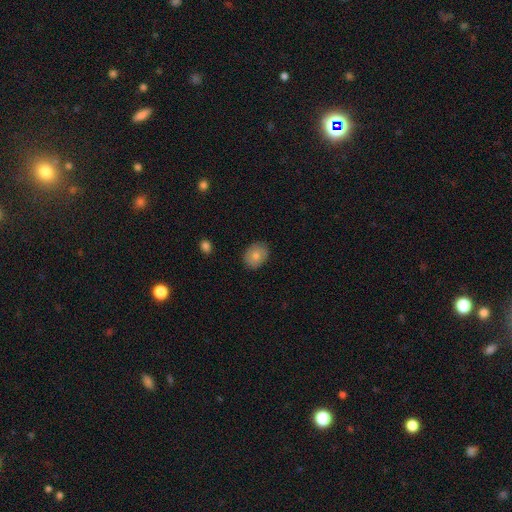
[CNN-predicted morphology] type=smooth (76%); roundness=in between (50%, tied with round); merging=none (86%).